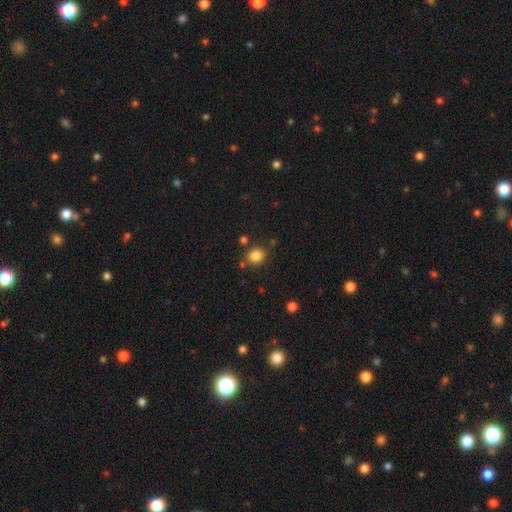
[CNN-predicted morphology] This is clearly a smooth galaxy (84%). How rounded: likely round (76%). Merging: likely none (80%).